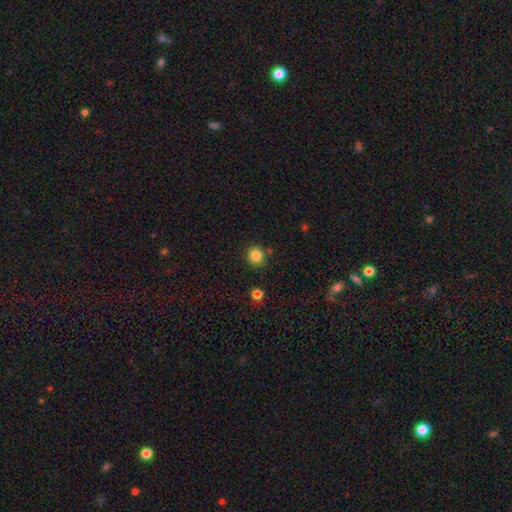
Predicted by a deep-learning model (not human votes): This appears to be a smooth galaxy with no disk features (84%) that is round (91%). Merging: none (86%).